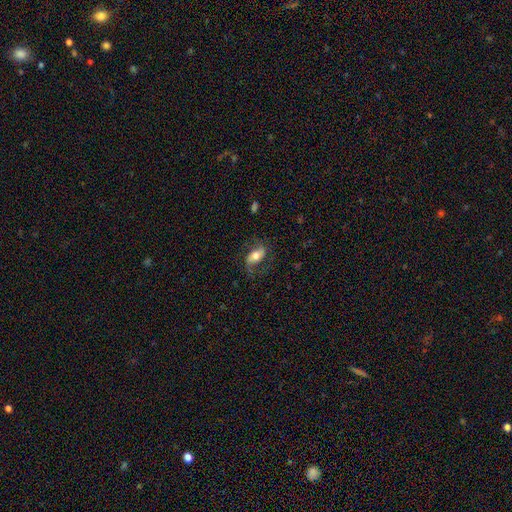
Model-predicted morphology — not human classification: A featured or disk galaxy (50%). Merging: none (67%).